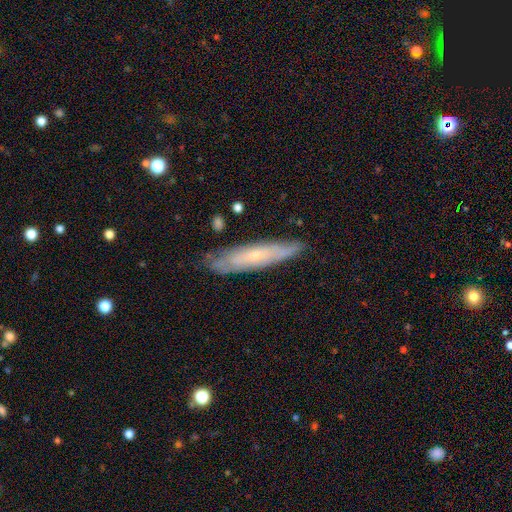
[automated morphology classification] The model was most divided on "edge-on disk" (2-way tie): yes: 50%, no: 50%. More confident: merging — none (78%); smooth or featured — featured or disk (58%).